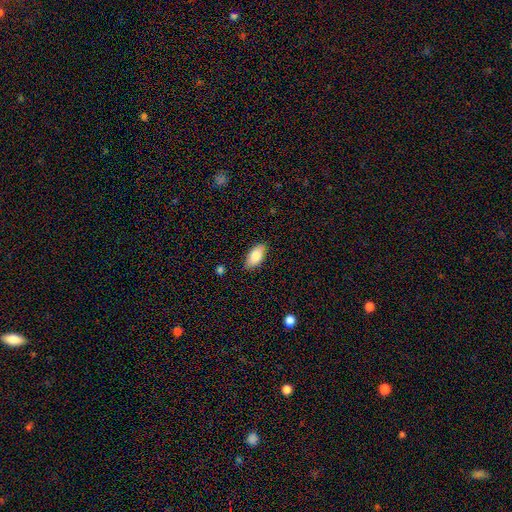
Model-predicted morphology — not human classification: A smooth galaxy with no disk features (84%) that is in between round and cigar-shaped (92%). Merging: none (85%).